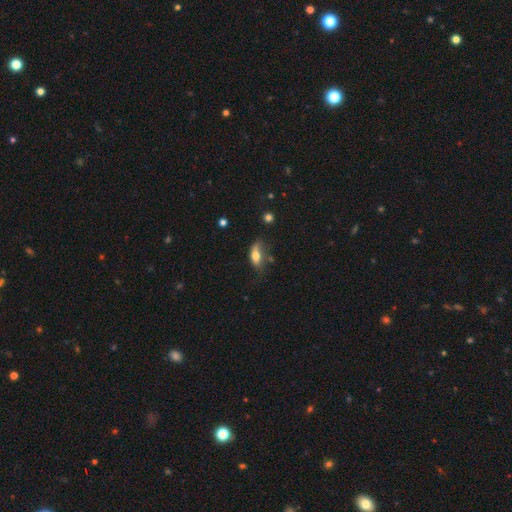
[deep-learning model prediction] smooth-or-featured: smooth: 66% | featured or disk: 26% | star or artifact: 8%
  how-rounded: in between: 75% | cigar-shaped: 20% | round: 5%
  merging: none: 47% | minor disturbance: 33% | major disturbance: 14% | merger: 6%